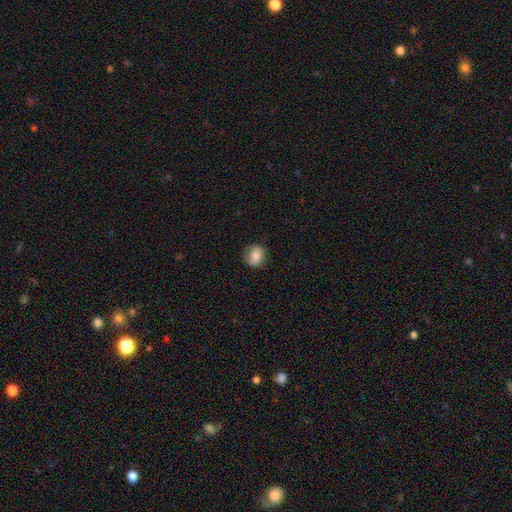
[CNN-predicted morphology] smooth 74%, featured or disk 18%, star or artifact 8%. Down the decision tree: how rounded — round (58%); merging — none (69%).